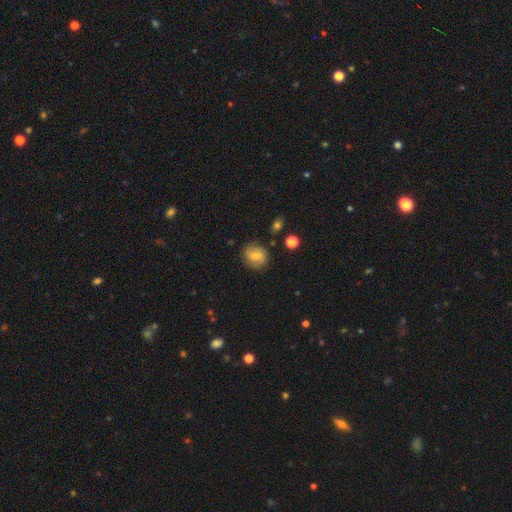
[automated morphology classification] Overall: smooth (63%; featured or disk 28%). How rounded: round (74%). Merging: none (81%).